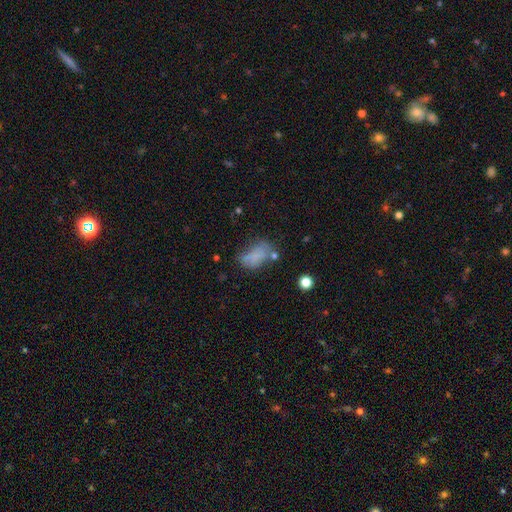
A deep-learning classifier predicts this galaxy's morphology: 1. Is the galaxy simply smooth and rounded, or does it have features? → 65% smooth, 22% featured or disk, 14% star or artifact.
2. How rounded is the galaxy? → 87% in between, 9% round, 4% cigar-shaped.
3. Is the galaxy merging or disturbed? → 39% none, 28% minor disturbance, 23% major disturbance, 10% merger.